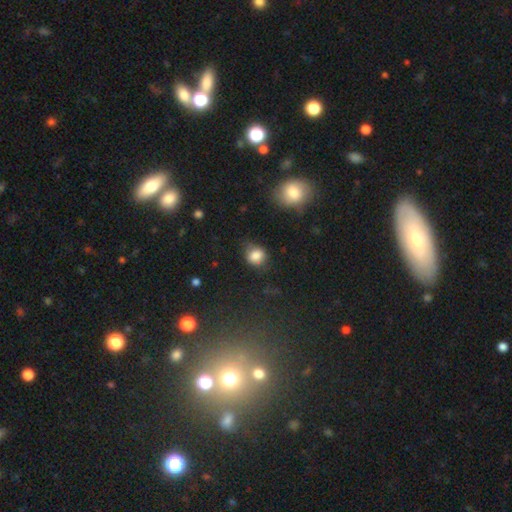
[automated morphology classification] type=smooth (79%); roundness=round (64%); merging=none (60%).